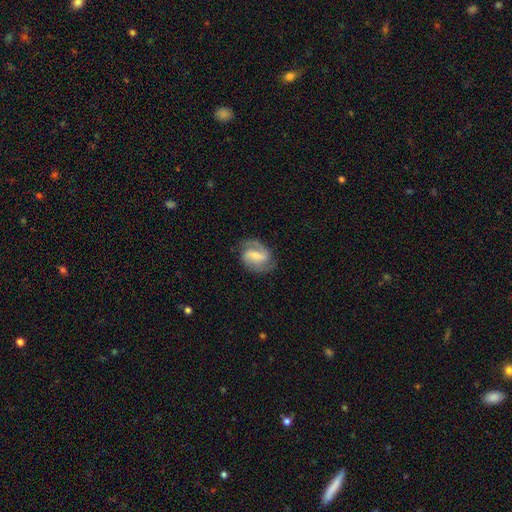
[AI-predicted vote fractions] A featured or disk galaxy (80%) with a weak bar (42%, tied with strong), 2 (87%) medium (51%) spiral arms (95%) and a small central bulge (45%). Merging: none (76%).